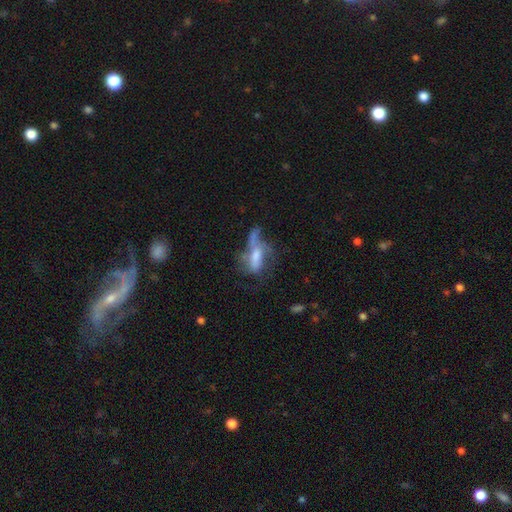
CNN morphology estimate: Overall: featured or disk (49%; smooth 40%). Merging: major disturbance (45%; none 25%).